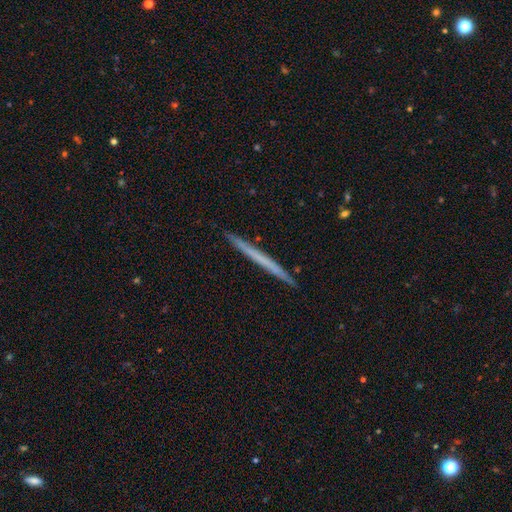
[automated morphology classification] smooth-or-featured: featured or disk: 49% | smooth: 43% | star or artifact: 7%
  merging: none: 92% | minor disturbance: 6% | major disturbance: 1% | merger: 1%